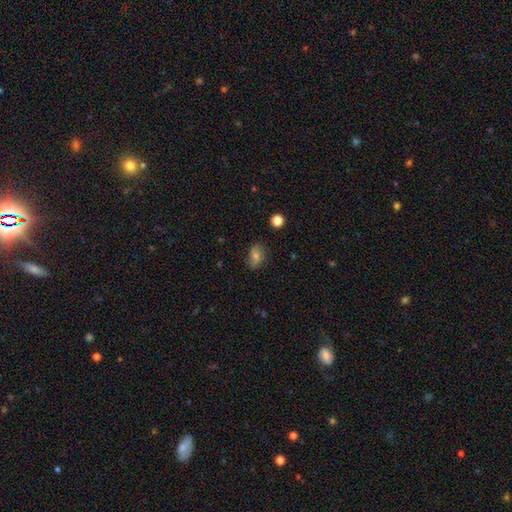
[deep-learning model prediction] A smooth galaxy with no disk features (66%) that is in between round and cigar-shaped (77%). Merging: none (80%).